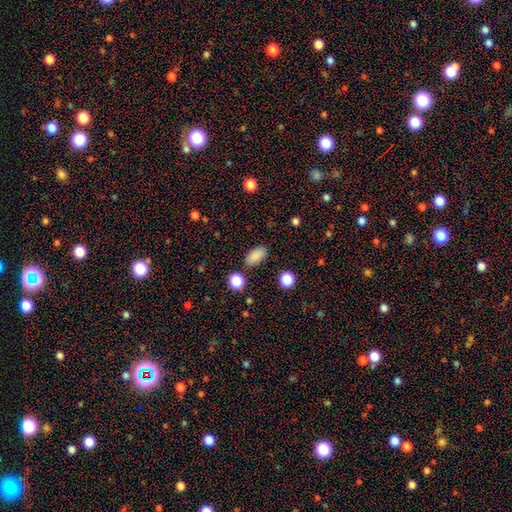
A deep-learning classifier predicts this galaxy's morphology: smooth 86%, star or artifact 10%, featured or disk 5%. Down the decision tree: how rounded — in between (89%); merging — none (85%).